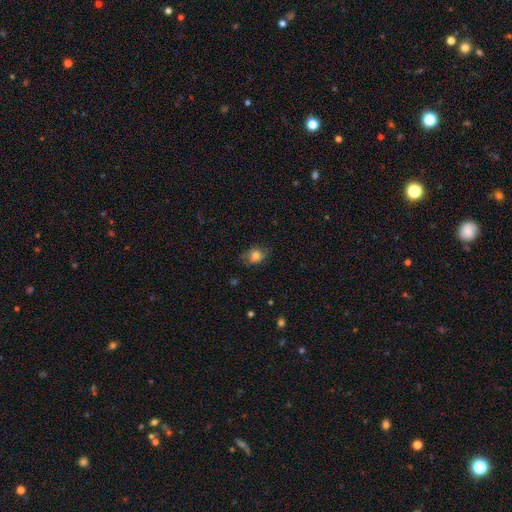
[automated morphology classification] Smooth or featured? Predicted: smooth (p=0.67). How rounded? Predicted: in between (p=0.63). Merging? Predicted: none (p=0.61).